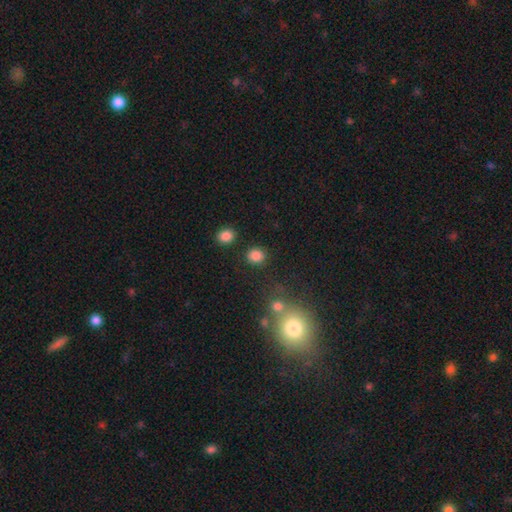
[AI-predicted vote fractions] This appears to be a smooth galaxy with no disk features (85%) that is round (75%). Merging: none (85%).